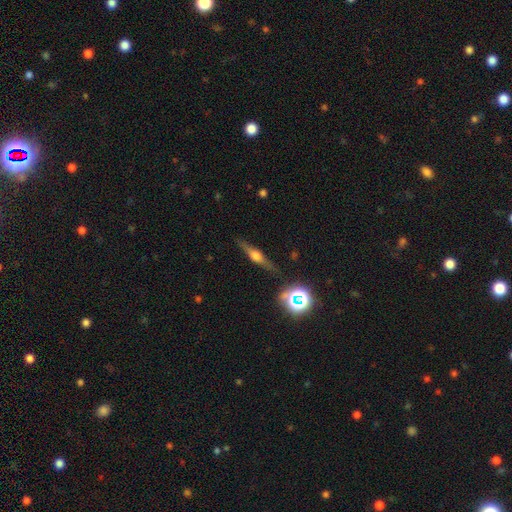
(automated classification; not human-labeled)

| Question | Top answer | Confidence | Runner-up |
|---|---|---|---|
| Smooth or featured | featured or disk | 70% | smooth (20%) |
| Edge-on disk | yes | 96% | no (4%) |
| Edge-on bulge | rounded | 90% | boxy (7%) |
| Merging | none | 86% | minor disturbance (10%) |